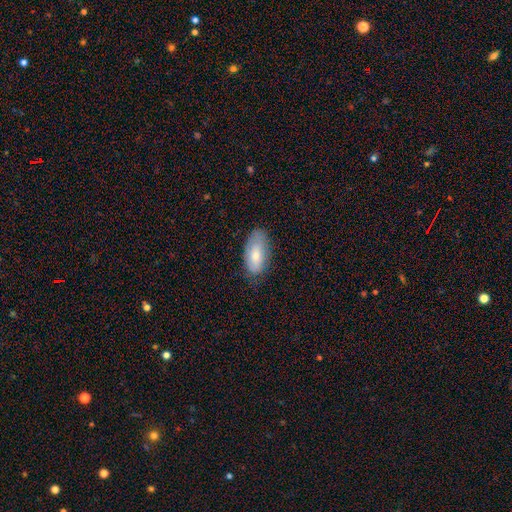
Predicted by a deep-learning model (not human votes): Smooth or featured? Predicted: smooth (p=0.73). How rounded? Predicted: in between (p=0.90). Merging? Predicted: none (p=0.72).